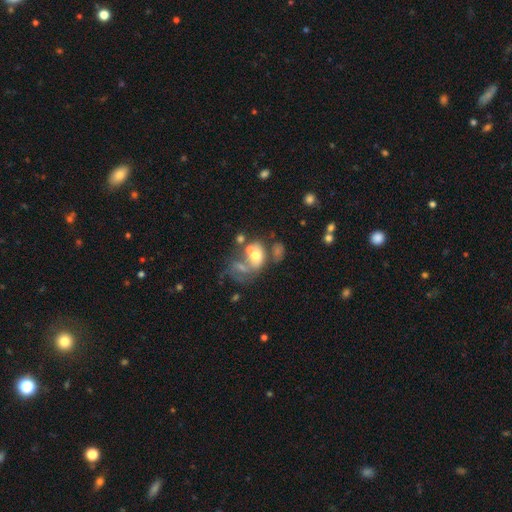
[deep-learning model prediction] Morphology: type=smooth (49%); merging=merger (48%).